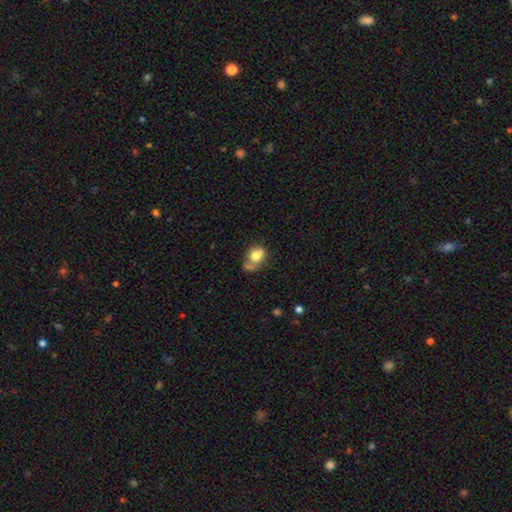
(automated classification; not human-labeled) This is likely a smooth galaxy (73%). How rounded: possibly round (57%). Merging: marginally none (38%).